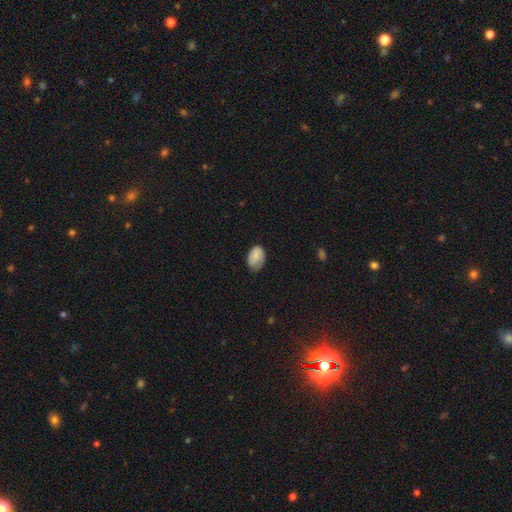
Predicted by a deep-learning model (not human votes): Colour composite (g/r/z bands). It shows a smooth galaxy with no disk features (85%) that is in between round and cigar-shaped (87%). Merging: none (68%).